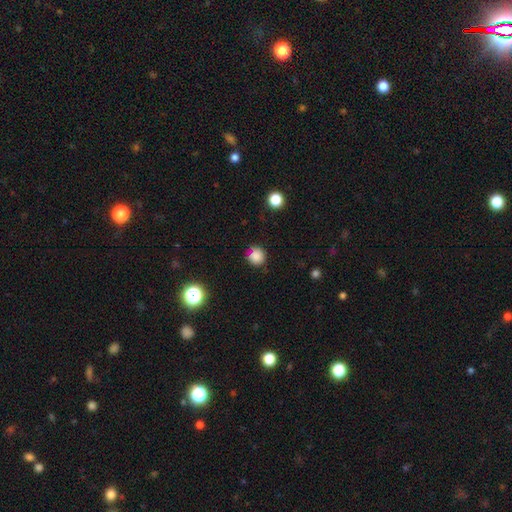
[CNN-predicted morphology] This is clearly a smooth galaxy (83%). How rounded: clearly round (89%). Merging: likely none (77%).